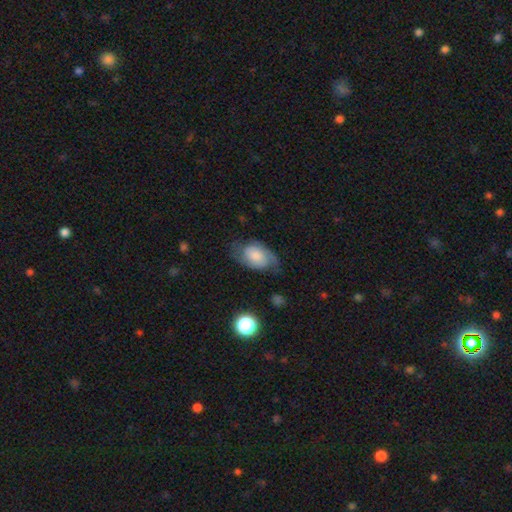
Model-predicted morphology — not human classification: smooth-or-featured: smooth: 47% | featured or disk: 45% | star or artifact: 8%
  merging: none: 53% | minor disturbance: 29% | major disturbance: 16% | merger: 2%